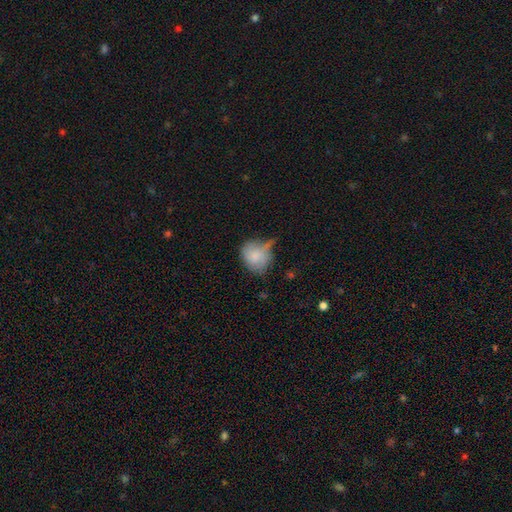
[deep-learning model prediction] This appears to be a smooth galaxy with no disk features (75%) that is round (67%). Merging: none (39%).